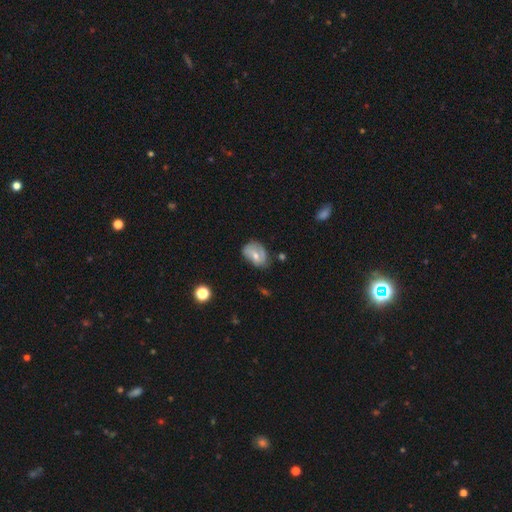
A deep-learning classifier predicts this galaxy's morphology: smooth_or_featured: smooth (p=0.49) [alt: featured or disk p=0.43]
merging: none (p=0.53) [alt: minor disturbance p=0.33]